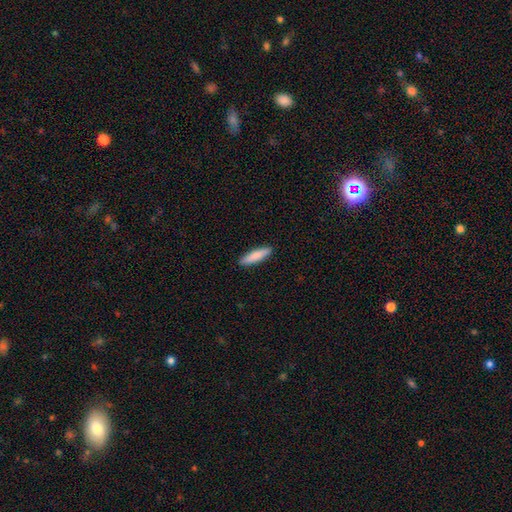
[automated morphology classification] Smooth or featured: smooth — 84% (featured or disk — 11%)
How rounded: cigar-shaped — 77% (in between — 21%)
Merging: none — 91% (minor disturbance — 7%)